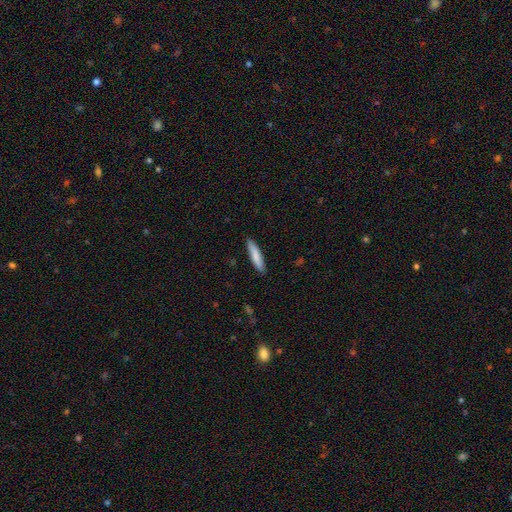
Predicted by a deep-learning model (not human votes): This is clearly a smooth galaxy (82%). How rounded: clearly cigar-shaped (86%). Merging: clearly none (90%).